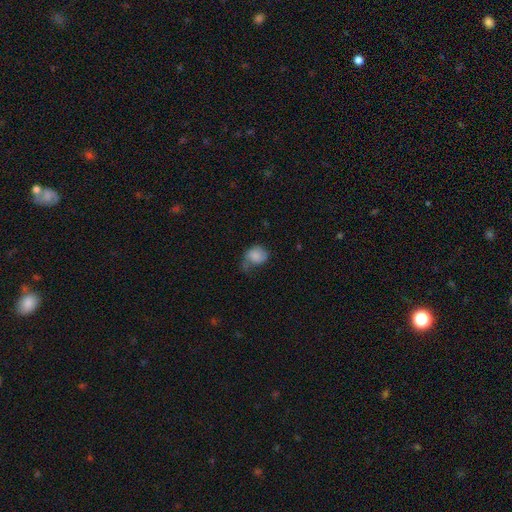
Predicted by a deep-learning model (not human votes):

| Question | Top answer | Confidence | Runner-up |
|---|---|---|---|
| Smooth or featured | smooth | 74% | featured or disk (18%) |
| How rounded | round | 54% | in between (45%) |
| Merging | minor disturbance | 36% | major disturbance (30%) |